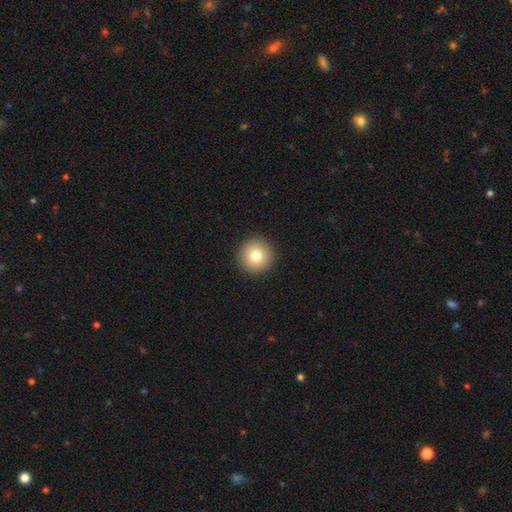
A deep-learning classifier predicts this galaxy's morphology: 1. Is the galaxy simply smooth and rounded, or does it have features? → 78% smooth, 11% featured or disk, 11% star or artifact.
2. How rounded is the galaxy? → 96% round, 3% in between, 1% cigar-shaped.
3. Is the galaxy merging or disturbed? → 93% none, 4% minor disturbance, 2% major disturbance, 1% merger.